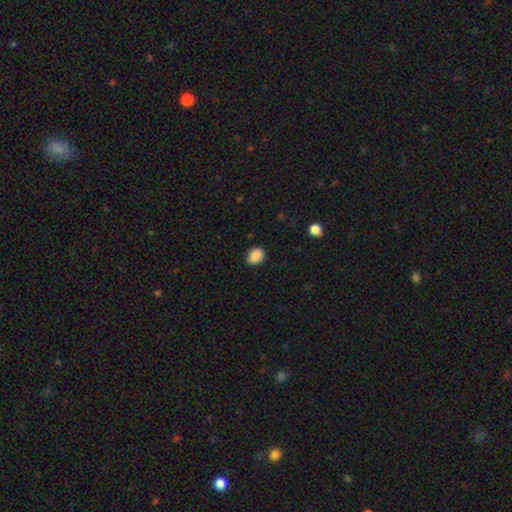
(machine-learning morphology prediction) smooth-or-featured: smooth: 88% | star or artifact: 8% | featured or disk: 3%
  how-rounded: in between: 52% | round: 48% | cigar-shaped: 1%
  merging: none: 85% | minor disturbance: 12% | major disturbance: 2% | merger: 1%